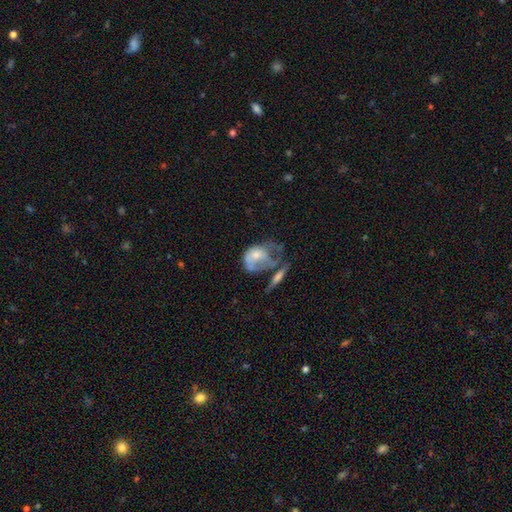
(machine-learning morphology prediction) This is possibly a smooth galaxy (51%). How rounded: likely in between (70%). Merging: marginally major disturbance (42%).